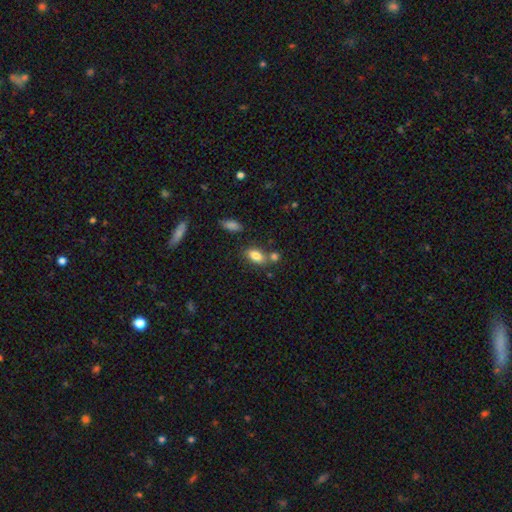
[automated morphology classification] This is clearly a smooth galaxy (82%). How rounded: clearly in between (88%). Merging: likely none (63%).